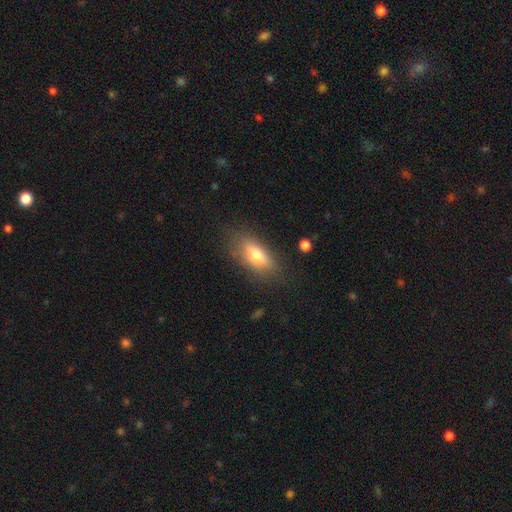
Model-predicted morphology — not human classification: Q: Smooth or featured?
A: smooth (71%); runner-up: featured or disk (22%)
Q: How rounded?
A: in between (77%); runner-up: cigar-shaped (19%)
Q: Merging?
A: none (77%); runner-up: minor disturbance (16%)